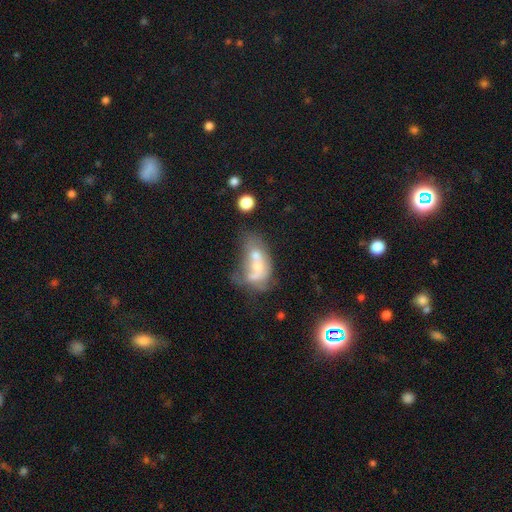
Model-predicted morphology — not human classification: Smooth or featured: smooth — 47% (featured or disk — 43%)
Merging: merger — 62% (major disturbance — 16%)